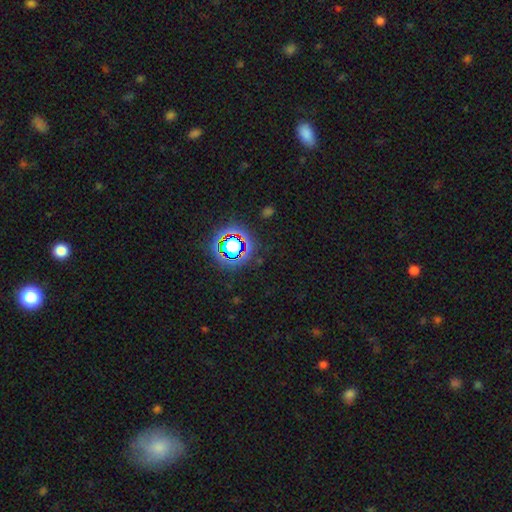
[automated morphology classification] A star or artifact, not a galaxy (77%).